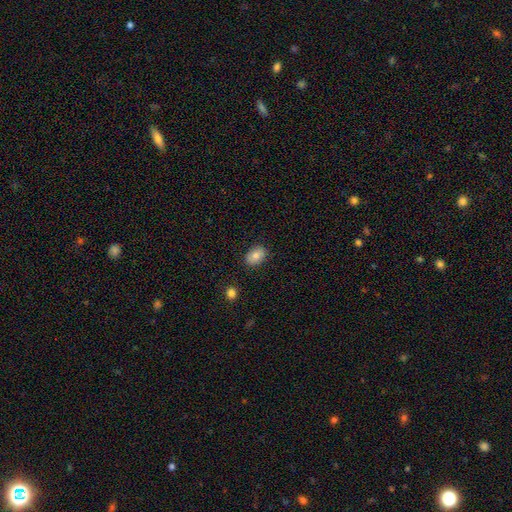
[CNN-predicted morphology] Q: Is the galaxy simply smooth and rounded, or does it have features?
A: smooth — 83%.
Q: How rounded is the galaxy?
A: in between — 78%.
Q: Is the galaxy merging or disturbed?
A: none — 86%.